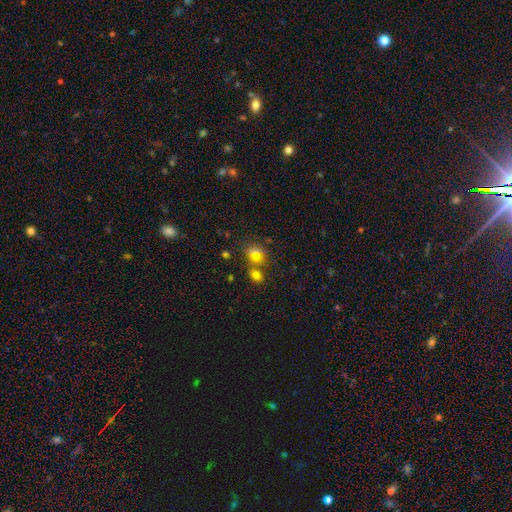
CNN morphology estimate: Smooth or featured?
  - smooth: 60% *
  - star or artifact: 28%
  - featured or disk: 12%
How rounded?
  - round: 70% *
  - in between: 28%
  - cigar-shaped: 2%
Merging?
  - none: 55% *
  - merger: 30%
  - minor disturbance: 10%
  - major disturbance: 5%